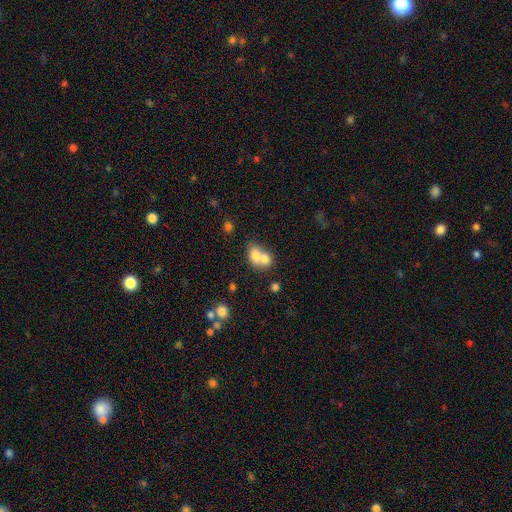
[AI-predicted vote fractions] smooth-or-featured: smooth: 70% | featured or disk: 21% | star or artifact: 9%
  how-rounded: in between: 52% | round: 46% | cigar-shaped: 1%
  merging: merger: 72% | none: 20% | minor disturbance: 6% | major disturbance: 3%